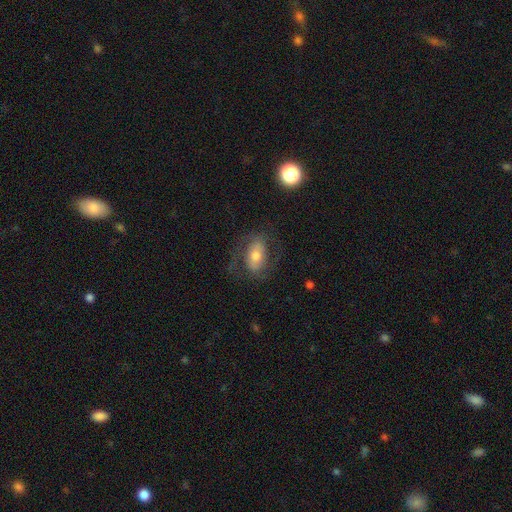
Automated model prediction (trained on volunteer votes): smooth_or_featured: featured or disk (p=0.51) [alt: smooth p=0.40]
disk_edge_on: no (p=0.93) [alt: yes p=0.07]
merging: none (p=0.64) [alt: minor disturbance p=0.17]